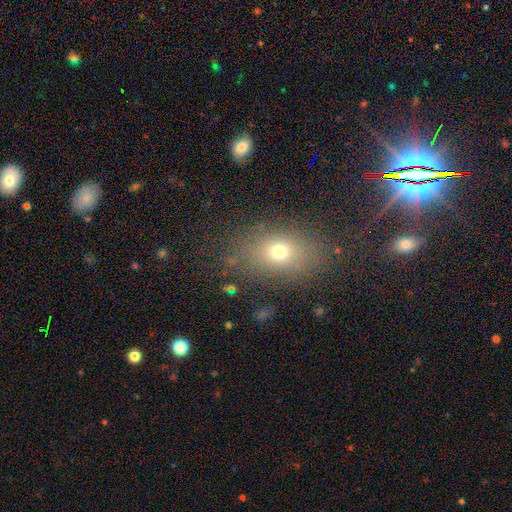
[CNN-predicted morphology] Smooth or featured? Predicted: smooth (p=0.49). Merging? Predicted: none (p=0.82).